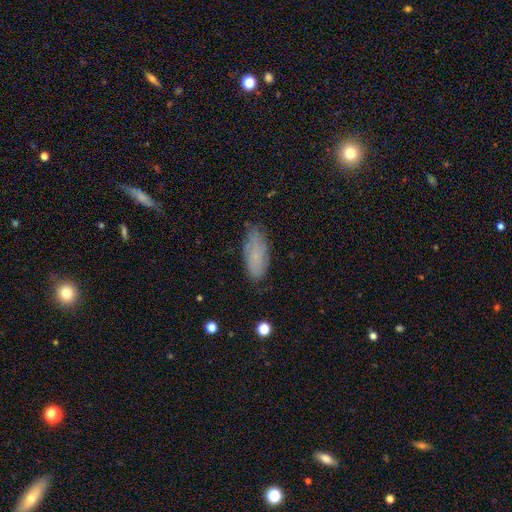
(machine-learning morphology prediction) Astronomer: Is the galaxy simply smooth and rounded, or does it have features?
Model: smooth — 74%.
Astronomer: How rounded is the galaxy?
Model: in between — 79%.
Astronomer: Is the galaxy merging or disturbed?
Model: none — 76%.